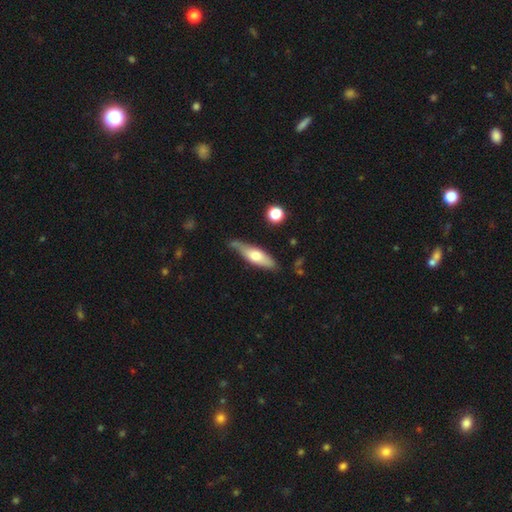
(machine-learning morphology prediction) smooth_or_featured: smooth (p=0.54) [alt: featured or disk p=0.40]
how_rounded: cigar-shaped (p=0.56) [alt: in between p=0.42]
merging: none (p=0.63) [alt: minor disturbance p=0.26]